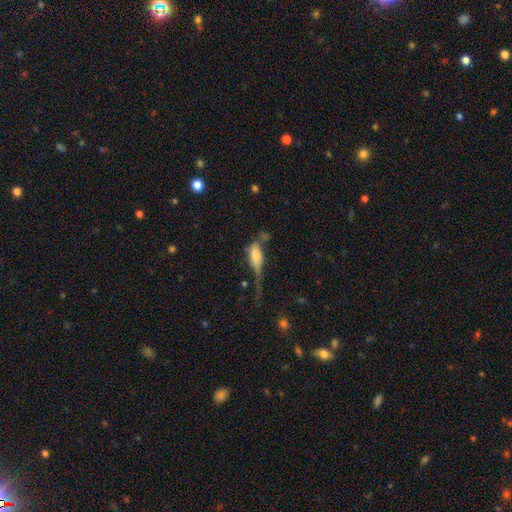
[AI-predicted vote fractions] Smooth or featured?
  - smooth: 61% *
  - featured or disk: 29%
  - star or artifact: 10%
How rounded?
  - in between: 66% *
  - cigar-shaped: 30%
  - round: 4%
Merging?
  - major disturbance: 45% *
  - minor disturbance: 21%
  - none: 20%
  - merger: 14%